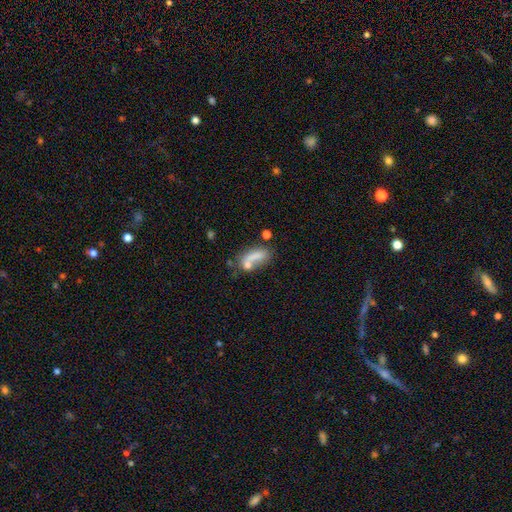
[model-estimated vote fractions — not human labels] This is likely a smooth galaxy (63%). How rounded: likely in between (71%). Merging: marginally none (34%).